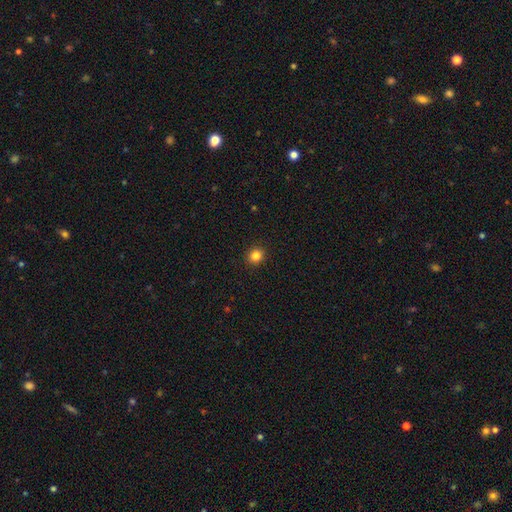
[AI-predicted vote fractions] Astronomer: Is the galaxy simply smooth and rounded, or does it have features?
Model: smooth — 84%.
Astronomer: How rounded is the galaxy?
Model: round — 84%.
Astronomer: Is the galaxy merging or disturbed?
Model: none — 92%.